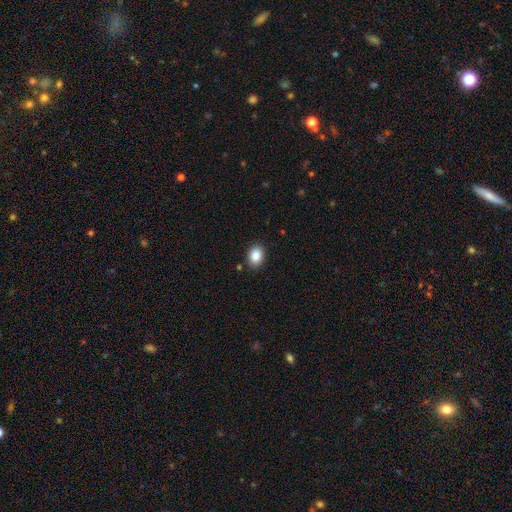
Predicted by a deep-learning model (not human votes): This is clearly a smooth galaxy (86%). How rounded: likely in between (67%). Merging: clearly none (87%).